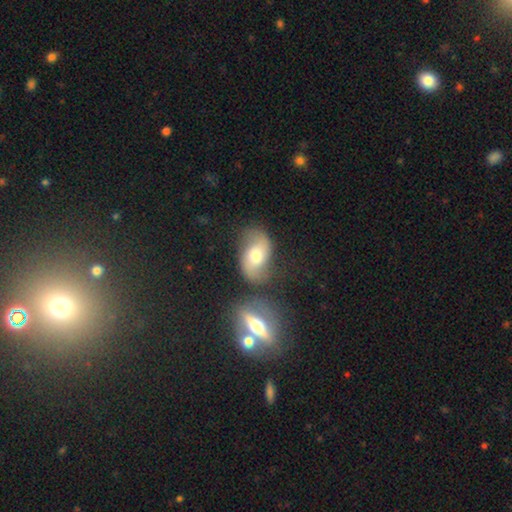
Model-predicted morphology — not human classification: smooth_or_featured: featured or disk (p=0.63) [alt: smooth p=0.28]
disk_edge_on: no (p=0.93) [alt: yes p=0.07]
bar: no (p=0.55) [alt: weak p=0.32]
has_spiral_arms: yes (p=0.86) [alt: no p=0.14]
spiral_winding: loose (p=0.60) [alt: medium p=0.30]
spiral_arm_count: 2 (p=0.90) [alt: can't tell p=0.05]
bulge_size: moderate (p=0.69) [alt: small p=0.15]
merging: none (p=0.64) [alt: minor disturbance p=0.17]